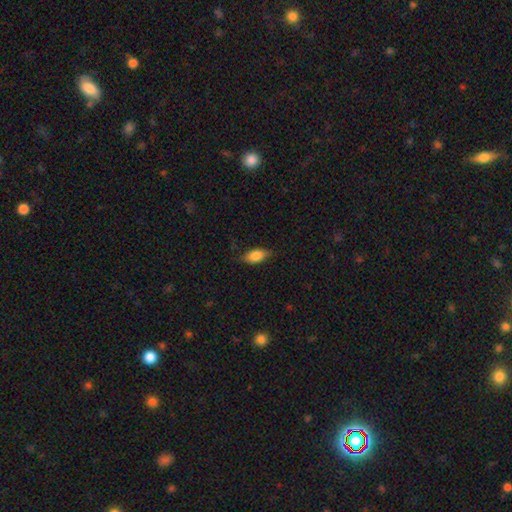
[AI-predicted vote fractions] A smooth galaxy with no disk features (81%) that is in between round and cigar-shaped (88%).

Vote fractions:
- Smooth or featured? smooth: 81% / featured or disk: 12% / star or artifact: 7%
- How rounded? in between: 88% / cigar-shaped: 8% / round: 5%
- Merging? none: 76% / minor disturbance: 19% / major disturbance: 4% / merger: 1%